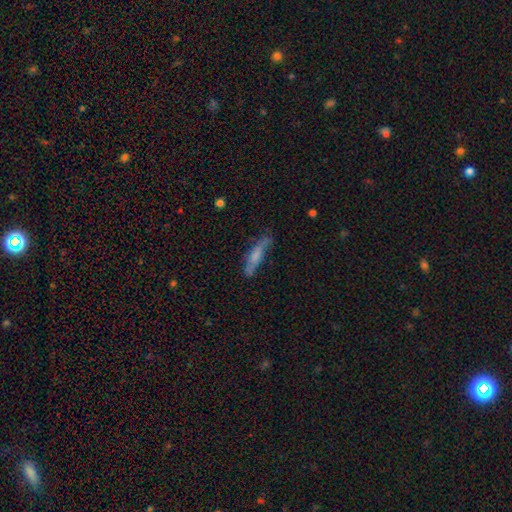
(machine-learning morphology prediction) This is likely a smooth galaxy (61%). How rounded: likely cigar-shaped (79%). Merging: likely none (61%).